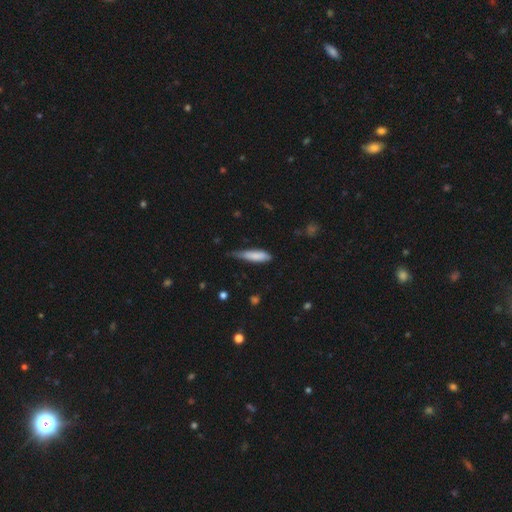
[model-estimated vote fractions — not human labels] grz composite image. It shows a smooth galaxy with no disk features (80%) that is cigar-shaped (69%). Merging: minor disturbance (47%).